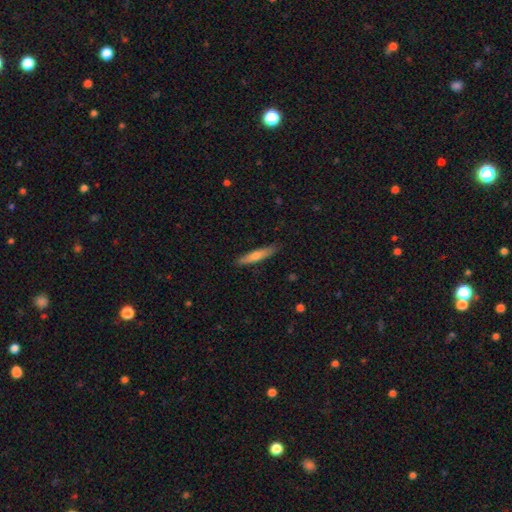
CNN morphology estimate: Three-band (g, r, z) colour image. It shows a smooth galaxy with no disk features (63%) that is cigar-shaped (90%). Merging: none (89%).